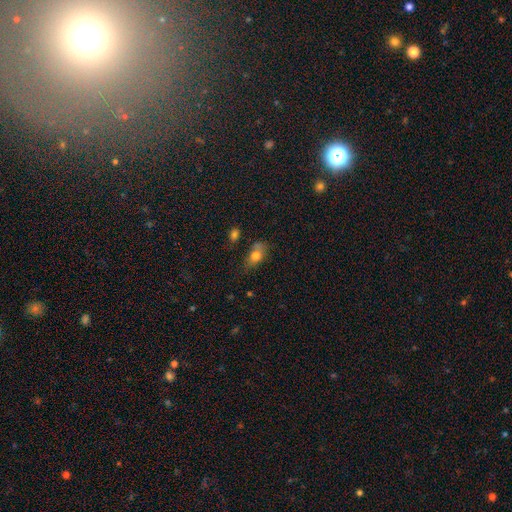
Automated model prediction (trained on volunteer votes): smooth_or_featured: smooth (p=0.75) [alt: featured or disk p=0.16]
how_rounded: in between (p=0.79) [alt: round p=0.14]
merging: none (p=0.55) [alt: minor disturbance p=0.28]